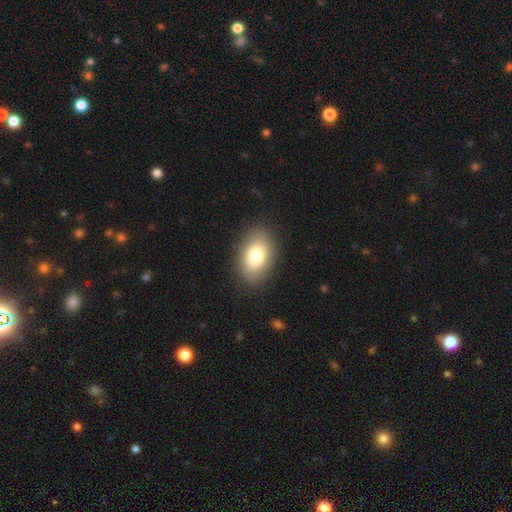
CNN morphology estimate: smooth 79%, featured or disk 13%, star or artifact 8%. Down the decision tree: how rounded — in between (88%); merging — none (87%).